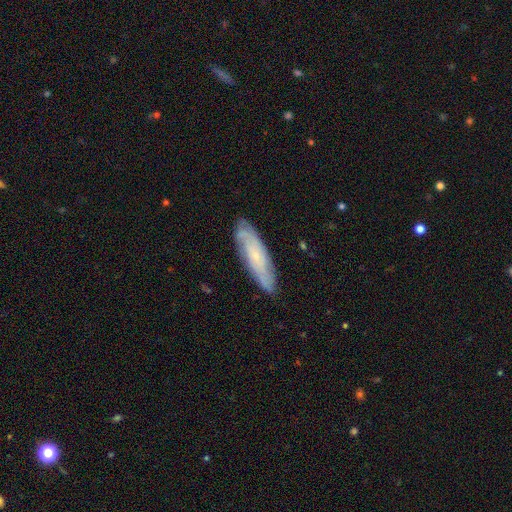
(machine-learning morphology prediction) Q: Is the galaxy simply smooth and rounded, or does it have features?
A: featured or disk — 59%.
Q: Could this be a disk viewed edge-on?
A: no — 71%.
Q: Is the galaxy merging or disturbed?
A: none — 82%.